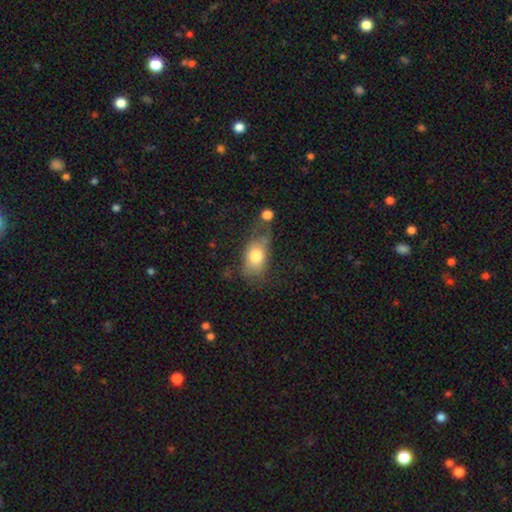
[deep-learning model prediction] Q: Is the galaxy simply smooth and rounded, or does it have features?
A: smooth — 74%.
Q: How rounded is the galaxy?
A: in between — 82%.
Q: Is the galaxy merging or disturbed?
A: none — 41%.